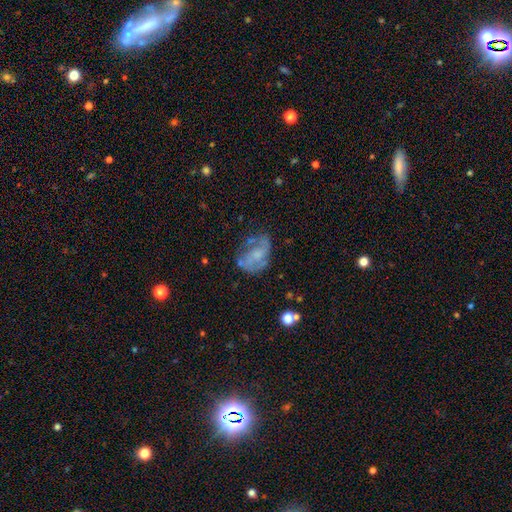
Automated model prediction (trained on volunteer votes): featured or disk 60%, smooth 30%, star or artifact 10%. Down the decision tree: edge-on disk — no (97%); bar — no (64%); spiral arms — yes (59%); bulge size — small (41%); merging — none (50%).